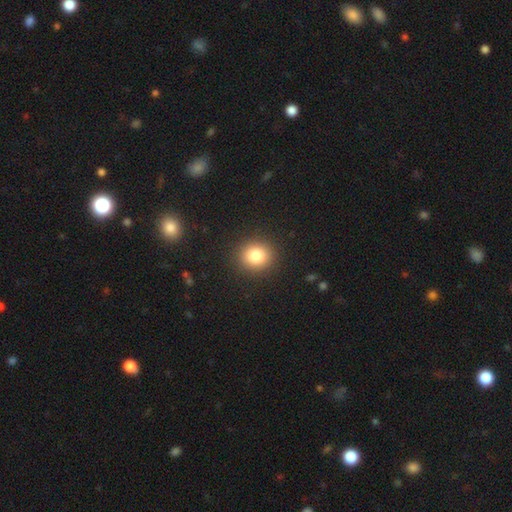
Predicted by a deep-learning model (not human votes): A smooth galaxy with no disk features (83%) that is round (83%). Merging: none (91%).